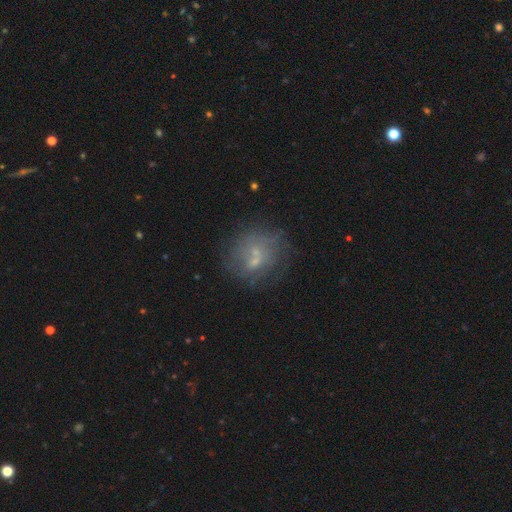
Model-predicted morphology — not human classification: This is marginally a featured or disk galaxy (44%). Merging: possibly none (54%).